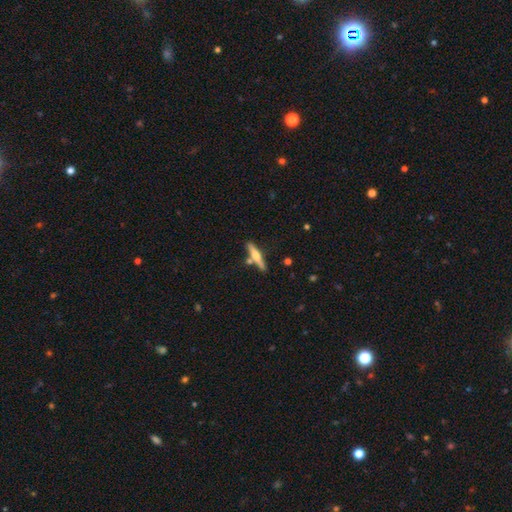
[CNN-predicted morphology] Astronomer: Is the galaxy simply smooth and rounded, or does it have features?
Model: featured or disk — 51% (runner-up: smooth, 43%).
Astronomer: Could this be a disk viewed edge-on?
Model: yes — 96%.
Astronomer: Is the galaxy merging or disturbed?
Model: none — 74%.